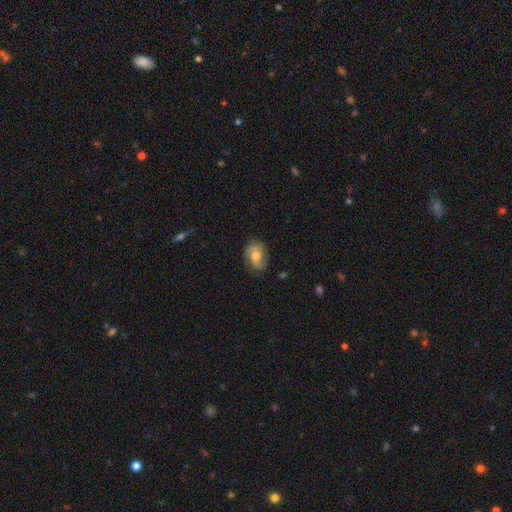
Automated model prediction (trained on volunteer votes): Morphology: type=featured or disk (46%, tied with smooth); merging=none (72%).